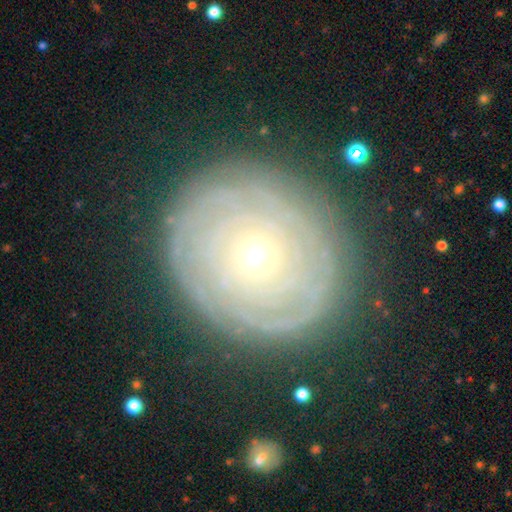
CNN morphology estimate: Smooth or featured? Predicted: featured or disk (p=0.70). Edge-on disk? Predicted: no (p=0.96). Bar? Predicted: no (p=0.89). Spiral arms? Predicted: yes (p=0.75). Spiral winding? Predicted: tight (p=0.86). Spiral arm count? Predicted: can't tell (p=0.51). Bulge size? Predicted: small (p=0.78). Merging? Predicted: none (p=0.81).